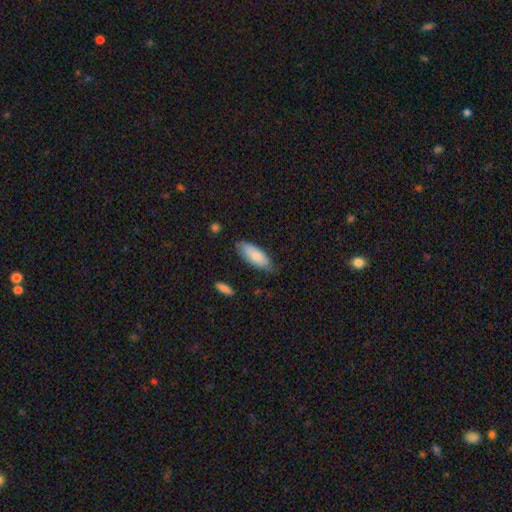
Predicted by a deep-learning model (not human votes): This appears to be a smooth galaxy with no disk features (83%) that is in between round and cigar-shaped (75%). Merging: none (74%).